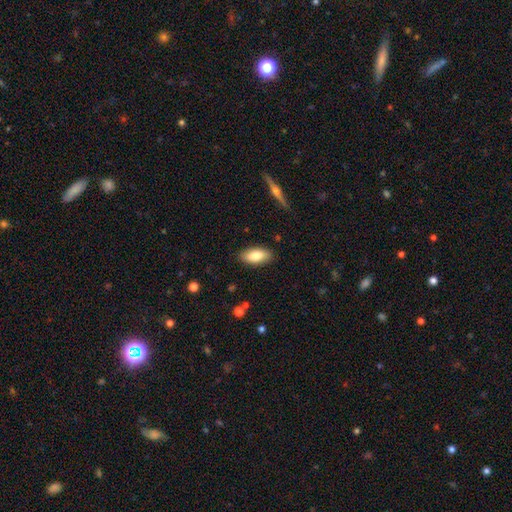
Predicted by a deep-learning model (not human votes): Smooth or featured: smooth — 79% (featured or disk — 14%)
How rounded: in between — 87% (cigar-shaped — 10%)
Merging: none — 87% (minor disturbance — 9%)